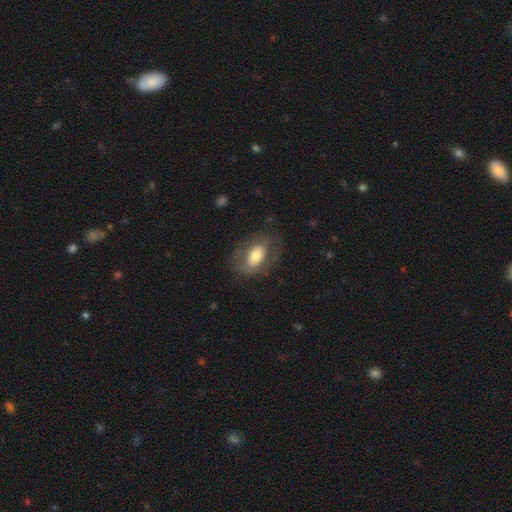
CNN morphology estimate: A smooth galaxy with no disk features (60%) that is in between round and cigar-shaped (88%).

Vote fractions:
- Smooth or featured? smooth: 60% / featured or disk: 34% / star or artifact: 7%
- How rounded? in between: 88% / round: 9% / cigar-shaped: 3%
- Merging? none: 73% / minor disturbance: 16% / major disturbance: 10% / merger: 1%